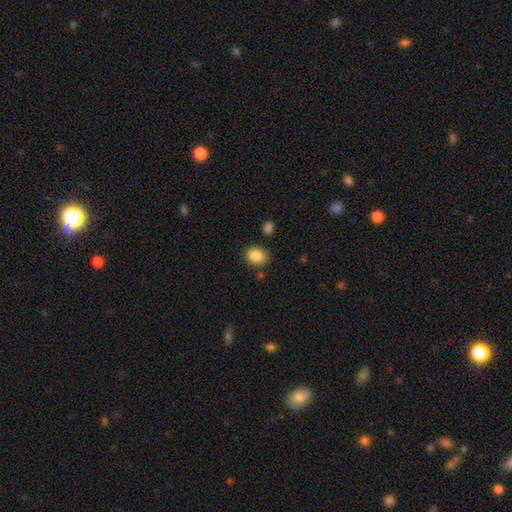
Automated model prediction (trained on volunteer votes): Morphology: type=smooth (87%); roundness=round (50%, tied with in between); merging=none (80%).